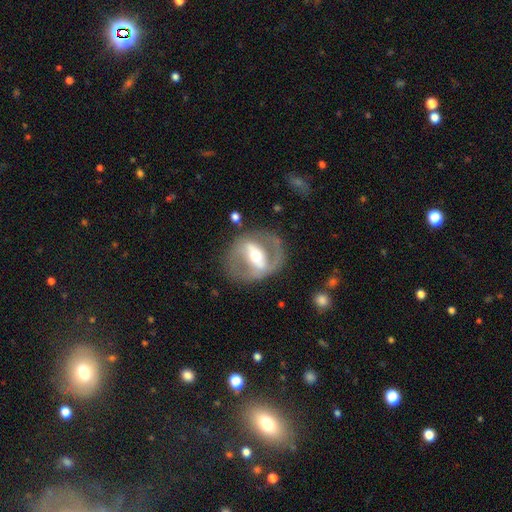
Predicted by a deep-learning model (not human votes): Smooth or featured? Predicted: featured or disk (p=0.78). Edge-on disk? Predicted: no (p=0.93). Bar? Predicted: strong (p=0.61). Spiral arms? Predicted: yes (p=0.62). Bulge size? Predicted: moderate (p=0.65). Merging? Predicted: none (p=0.72).